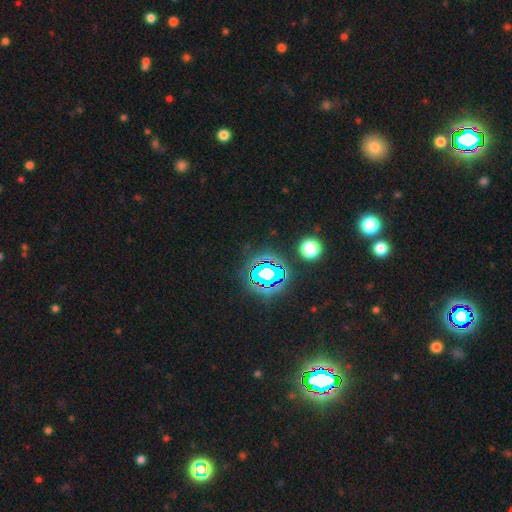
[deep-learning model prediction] star or artifact 82%, smooth 11%, featured or disk 7%.